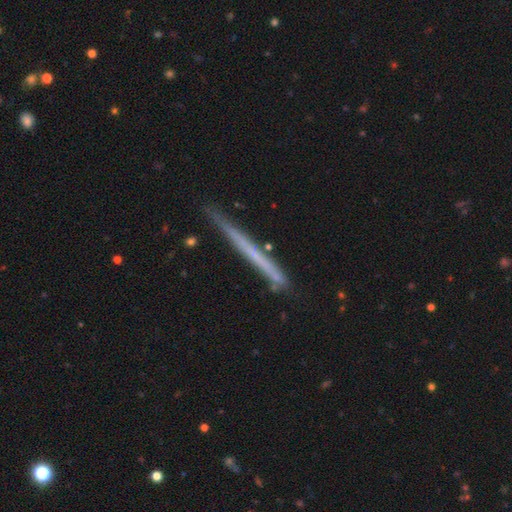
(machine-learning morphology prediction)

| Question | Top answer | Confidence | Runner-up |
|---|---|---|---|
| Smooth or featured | featured or disk | 51% | smooth (42%) |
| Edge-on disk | yes | 96% | no (4%) |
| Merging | none | 82% | minor disturbance (14%) |